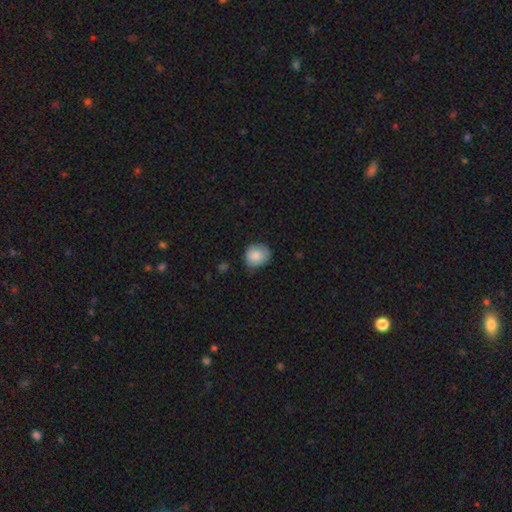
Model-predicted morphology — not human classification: smooth_or_featured: smooth (p=0.84) [alt: featured or disk p=0.09]
how_rounded: round (p=0.74) [alt: in between p=0.25]
merging: none (p=0.68) [alt: minor disturbance p=0.26]